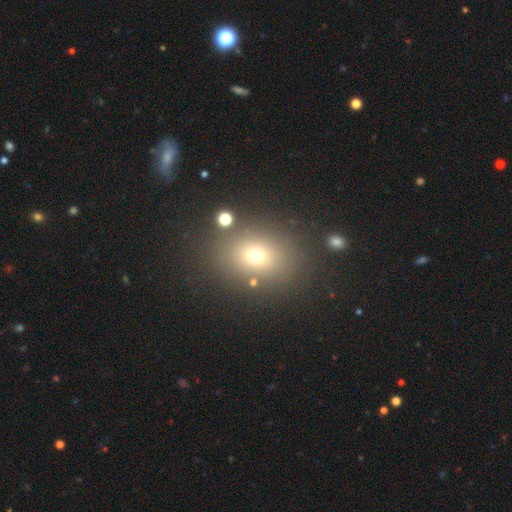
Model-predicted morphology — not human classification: A smooth galaxy with no disk features (66%) that is in between round and cigar-shaped (56%).

Vote fractions:
- Smooth or featured? smooth: 66% / star or artifact: 21% / featured or disk: 13%
- How rounded? in between: 56% / round: 43% / cigar-shaped: 1%
- Merging? none: 81% / minor disturbance: 9% / merger: 5% / major disturbance: 4%